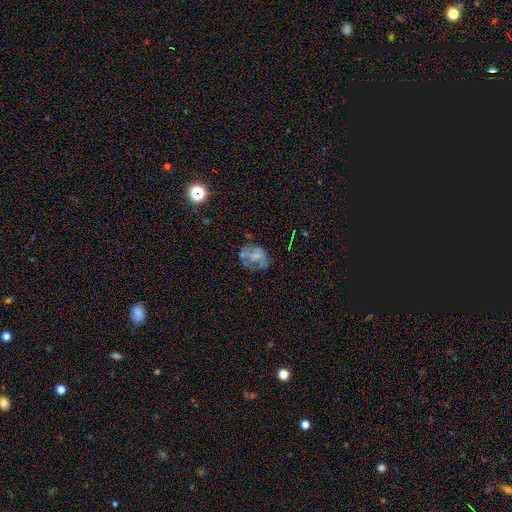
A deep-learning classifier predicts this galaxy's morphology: smooth_or_featured: featured or disk (p=0.51) [alt: smooth p=0.36]
disk_edge_on: no (p=0.98) [alt: yes p=0.02]
merging: none (p=0.45) [alt: minor disturbance p=0.25]